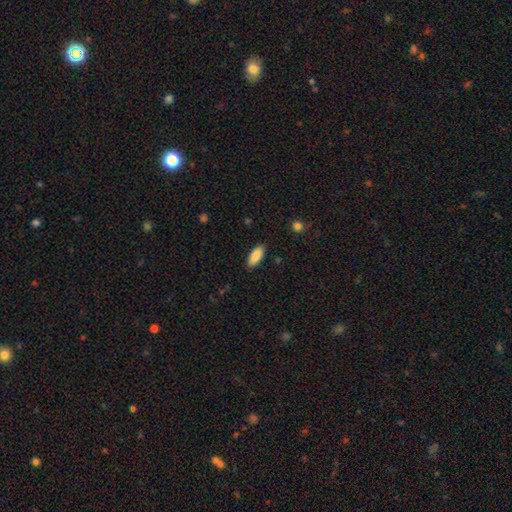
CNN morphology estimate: A smooth galaxy with no disk features (88%) that is in between round and cigar-shaped (84%).

Vote fractions:
- Smooth or featured? smooth: 88% / star or artifact: 6% / featured or disk: 6%
- How rounded? in between: 84% / cigar-shaped: 14% / round: 2%
- Merging? none: 87% / minor disturbance: 10% / major disturbance: 2% / merger: 1%